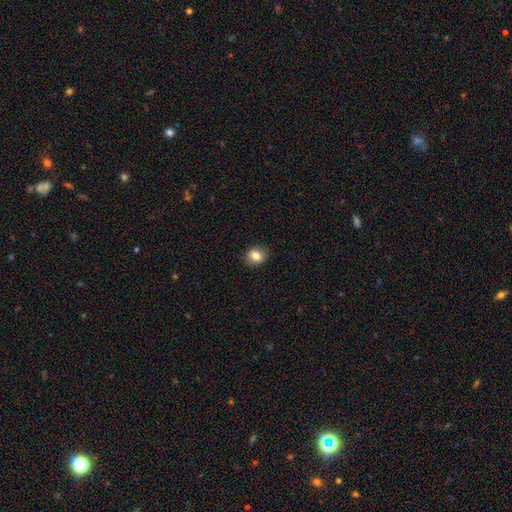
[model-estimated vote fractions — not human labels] Morphology: type=smooth (82%); roundness=round (63%); merging=none (89%).